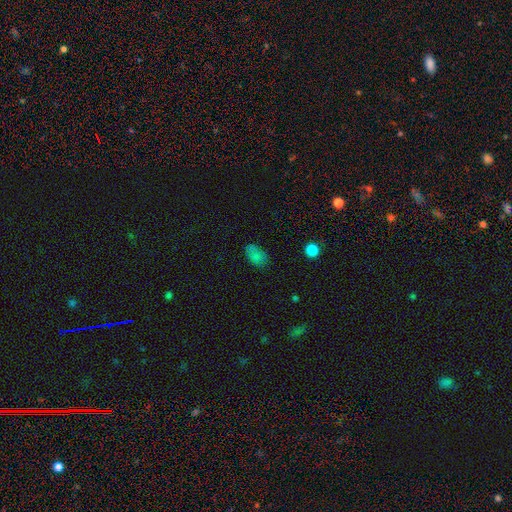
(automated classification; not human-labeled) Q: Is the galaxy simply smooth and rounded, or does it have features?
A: smooth — 76%.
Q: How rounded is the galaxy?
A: in between — 90%.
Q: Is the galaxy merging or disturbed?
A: none — 70%.